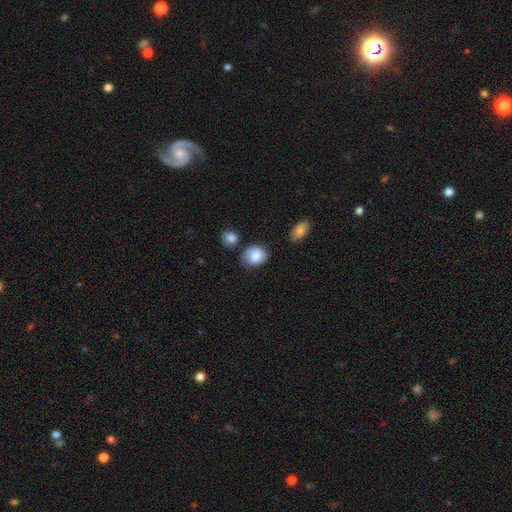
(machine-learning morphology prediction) Smooth or featured? smooth (83%)
How rounded? in between (56%)
Merging? none (63%)